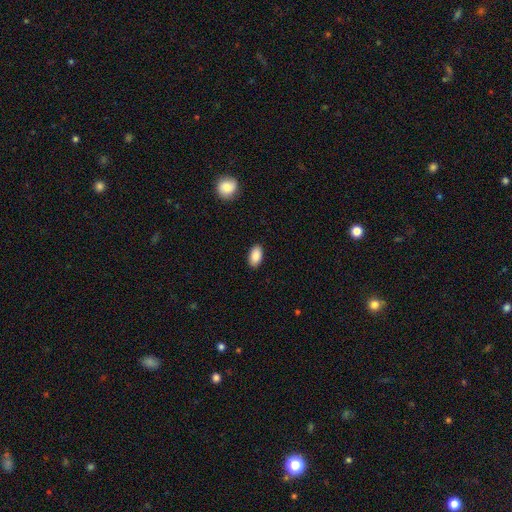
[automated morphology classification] Q: Smooth or featured?
A: smooth (90%); runner-up: star or artifact (7%)
Q: How rounded?
A: in between (95%); runner-up: round (3%)
Q: Merging?
A: none (89%); runner-up: minor disturbance (8%)